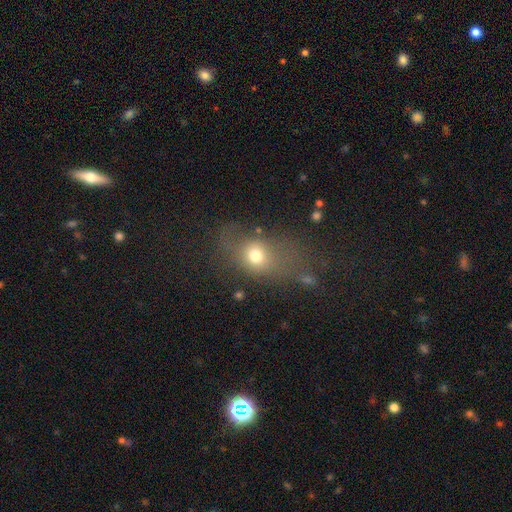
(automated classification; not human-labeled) This is likely a smooth galaxy (68%). How rounded: possibly in between (54%). Merging: marginally none (43%).